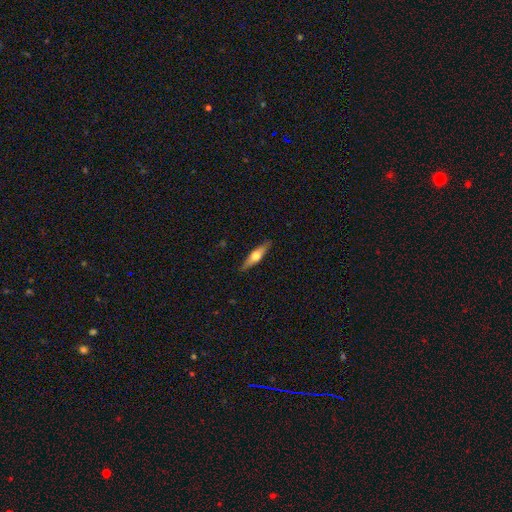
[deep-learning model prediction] Q: Smooth or featured?
A: featured or disk (51%); runner-up: smooth (44%)
Q: Edge-on disk?
A: yes (91%); runner-up: no (9%)
Q: Merging?
A: none (88%); runner-up: minor disturbance (9%)